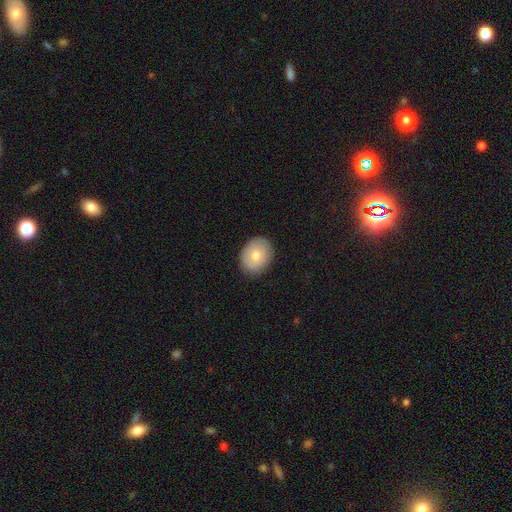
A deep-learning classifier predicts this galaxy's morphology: A smooth galaxy with no disk features (76%) that is in between round and cigar-shaped (55%). Merging: none (85%).